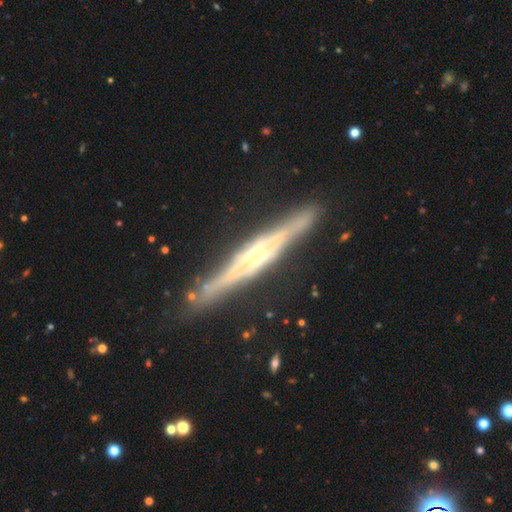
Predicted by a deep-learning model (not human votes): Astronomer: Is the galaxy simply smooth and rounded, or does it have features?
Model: featured or disk — 87%.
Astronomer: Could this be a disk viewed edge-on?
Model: yes — 97%.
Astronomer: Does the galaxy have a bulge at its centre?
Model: rounded — 49% (runner-up: boxy, 40%).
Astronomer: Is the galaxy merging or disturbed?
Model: none — 86%.